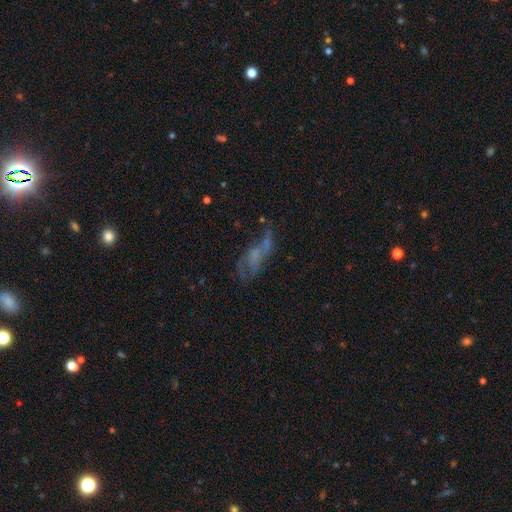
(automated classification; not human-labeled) Q: Smooth or featured?
A: featured or disk (55%); runner-up: smooth (28%)
Q: Edge-on disk?
A: no (88%); runner-up: yes (12%)
Q: Merging?
A: none (35%); runner-up: major disturbance (34%)